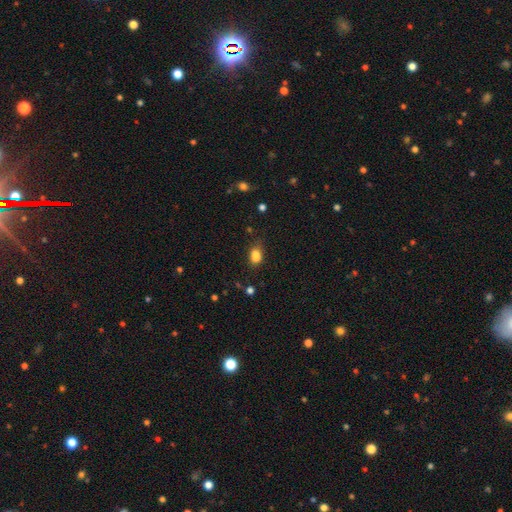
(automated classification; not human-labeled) Q: Smooth or featured?
A: smooth (82%); runner-up: star or artifact (12%)
Q: How rounded?
A: in between (75%); runner-up: round (23%)
Q: Merging?
A: none (58%); runner-up: minor disturbance (25%)